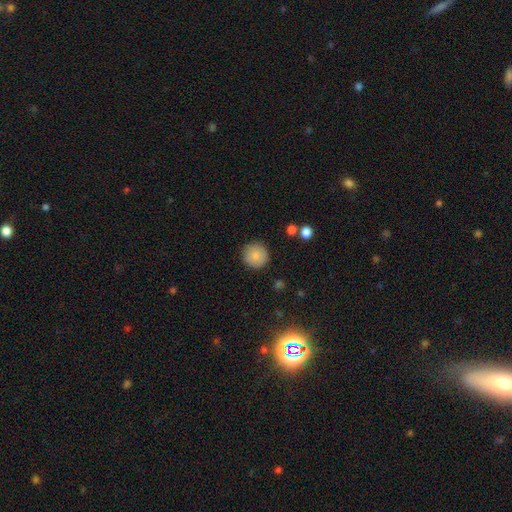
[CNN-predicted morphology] A smooth galaxy with no disk features (83%) that is round (95%). Merging: none (89%).